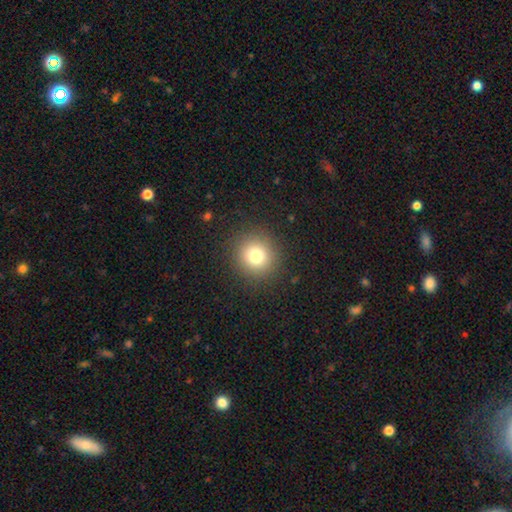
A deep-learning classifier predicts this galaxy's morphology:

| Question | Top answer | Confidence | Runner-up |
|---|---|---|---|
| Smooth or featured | smooth | 77% | star or artifact (14%) |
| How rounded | round | 94% | in between (5%) |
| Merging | none | 90% | minor disturbance (6%) |